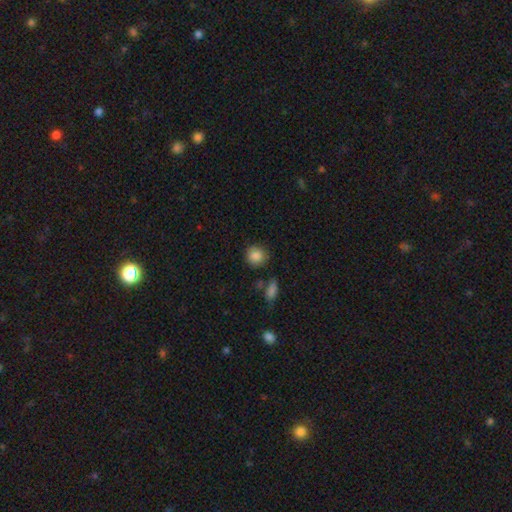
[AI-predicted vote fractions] Smooth or featured: smooth — 87% (star or artifact — 8%)
How rounded: round — 87% (in between — 11%)
Merging: none — 81% (minor disturbance — 12%)